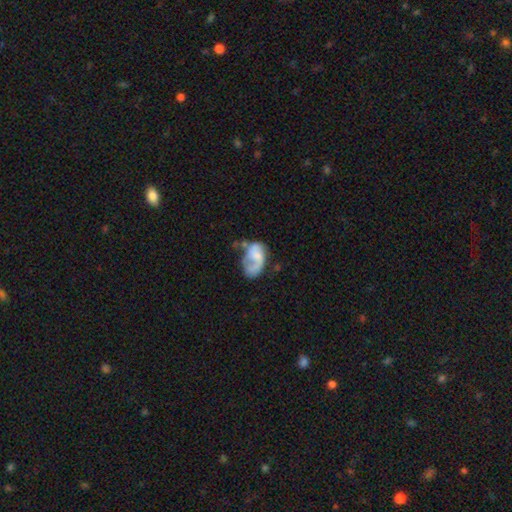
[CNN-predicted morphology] This is possibly a featured or disk galaxy (54%). It is clearly not viewed edge-on (98%). Bar: likely no (67%). Spiral arm pattern: likely yes (69%). Central bulge: marginally none (37%). Merging: marginally major disturbance (33%).